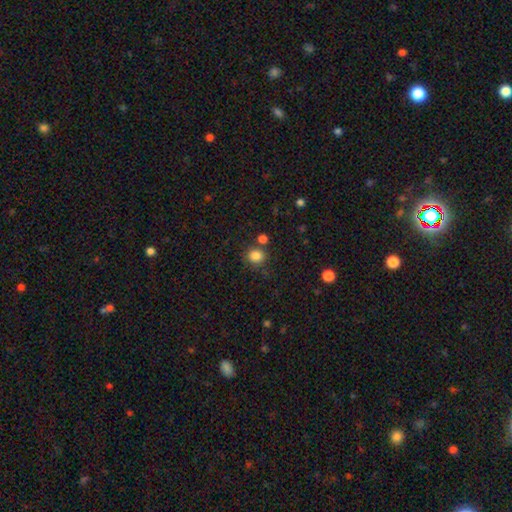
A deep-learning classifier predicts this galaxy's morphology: smooth 84%, star or artifact 11%, featured or disk 5%. Down the decision tree: how rounded — round (79%); merging — none (74%).